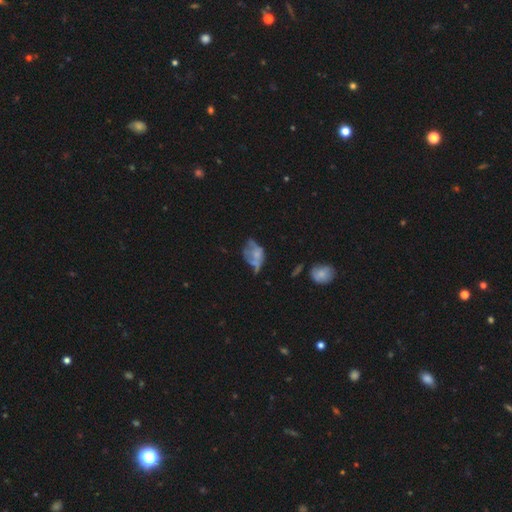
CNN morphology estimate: Smooth or featured: featured or disk — 47% (smooth — 41%)
Merging: major disturbance — 35% (none — 27%)